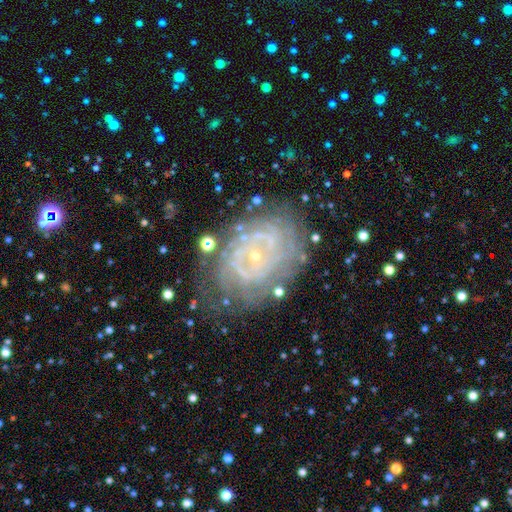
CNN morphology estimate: type=featured or disk (85%); edge-on=no (97%); bar=no (75%); spiral arms=yes (93%); winding=tight (79%); arm count=can't tell (36%); bulge=small (86%); merging=none (70%).